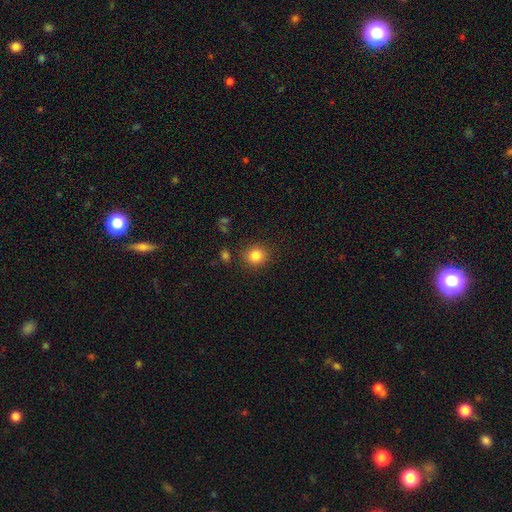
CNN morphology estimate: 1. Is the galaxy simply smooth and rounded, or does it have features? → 84% smooth, 11% star or artifact, 5% featured or disk.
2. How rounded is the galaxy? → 86% round, 13% in between, 1% cigar-shaped.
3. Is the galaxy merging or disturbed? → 87% none, 8% minor disturbance, 3% major disturbance, 2% merger.